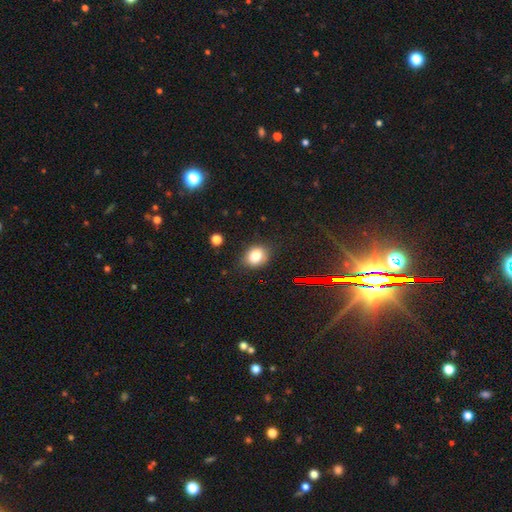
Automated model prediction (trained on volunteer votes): smooth 79%, star or artifact 13%, featured or disk 8%. Down the decision tree: how rounded — round (55%); merging — none (79%).